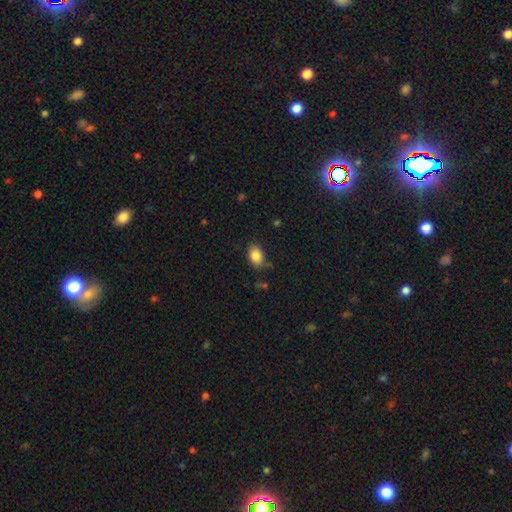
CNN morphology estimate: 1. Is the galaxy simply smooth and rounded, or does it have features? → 86% smooth, 8% star or artifact, 6% featured or disk.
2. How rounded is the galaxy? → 82% in between, 16% round, 1% cigar-shaped.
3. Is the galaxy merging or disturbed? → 78% none, 16% minor disturbance, 4% major disturbance, 2% merger.